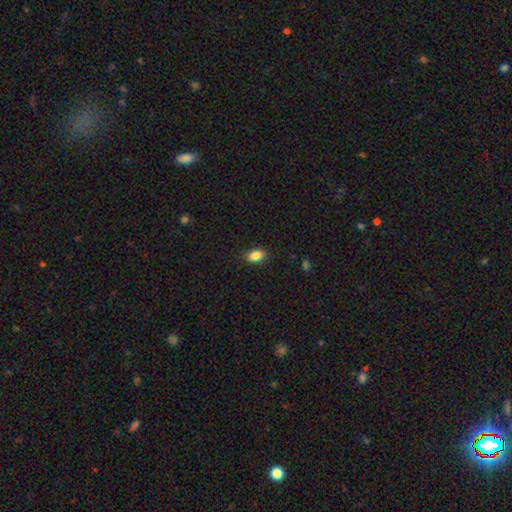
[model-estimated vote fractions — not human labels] This is clearly a smooth galaxy (86%). How rounded: clearly in between (87%). Merging: clearly none (87%).